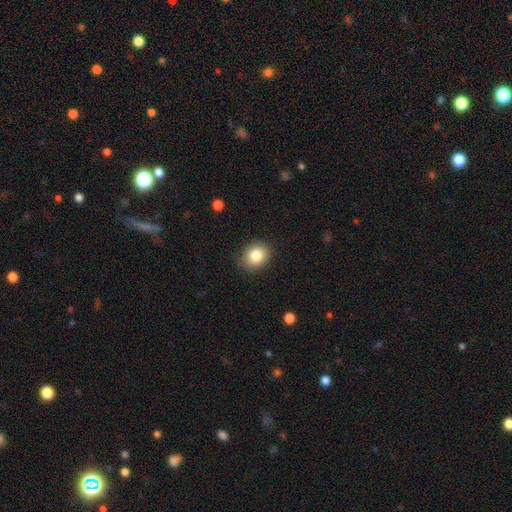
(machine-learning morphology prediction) The model was most divided on "how rounded": round: 64%, in between: 35%, cigar-shaped: 1%. More confident: merging — none (85%); smooth or featured — smooth (83%).